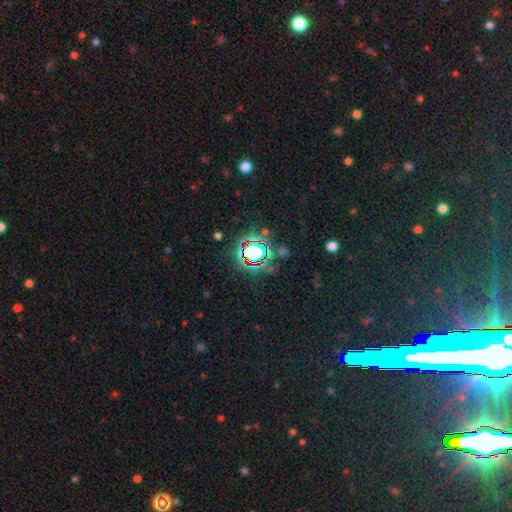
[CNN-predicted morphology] This is likely a star or artifact rather than a galaxy (69%).